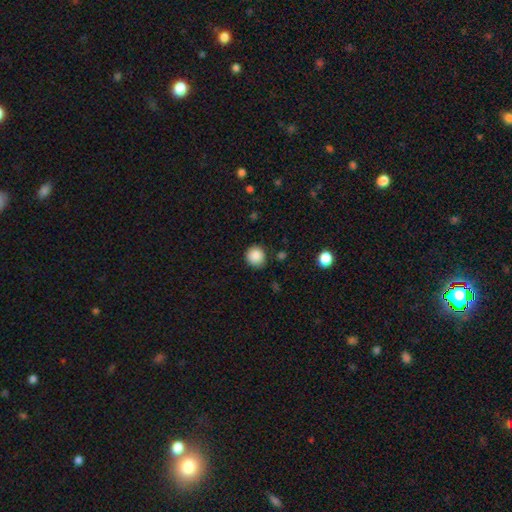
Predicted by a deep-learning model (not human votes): smooth-or-featured: smooth: 87% | star or artifact: 9% | featured or disk: 3%
  how-rounded: round: 91% | in between: 8% | cigar-shaped: 1%
  merging: none: 86% | minor disturbance: 10% | major disturbance: 3% | merger: 2%